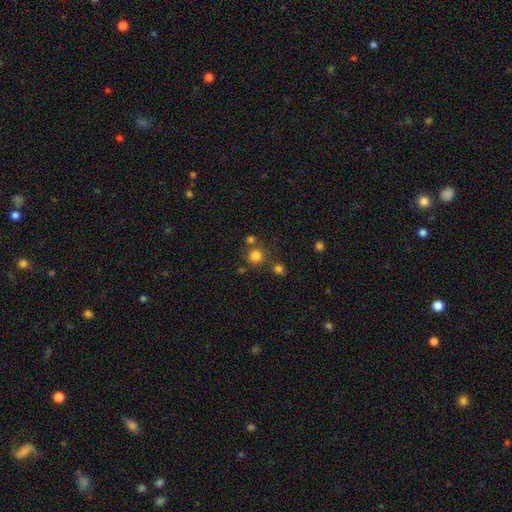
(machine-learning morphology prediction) Smooth or featured? Predicted: smooth (p=0.79). How rounded? Predicted: round (p=0.92). Merging? Predicted: none (p=0.73).